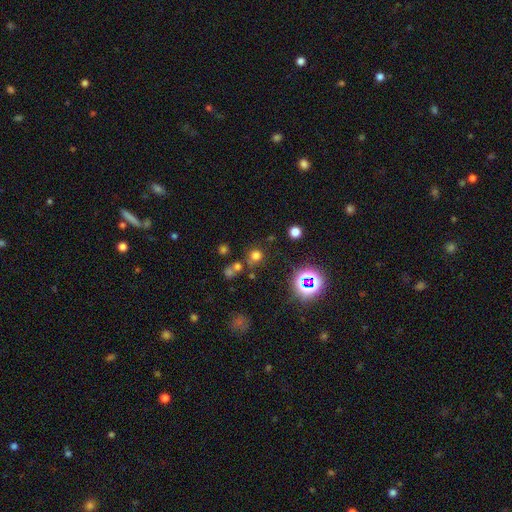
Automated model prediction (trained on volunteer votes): Smooth or featured? smooth (63%)
How rounded? round (89%)
Merging? none (72%)